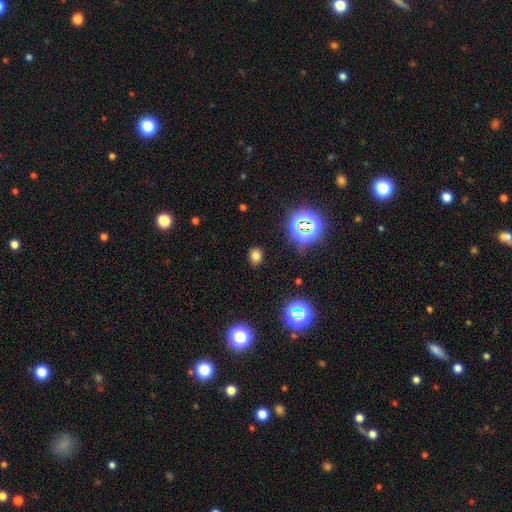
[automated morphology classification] Smooth or featured? Predicted: smooth (p=0.69). How rounded? Predicted: round (p=0.58). Merging? Predicted: none (p=0.87).